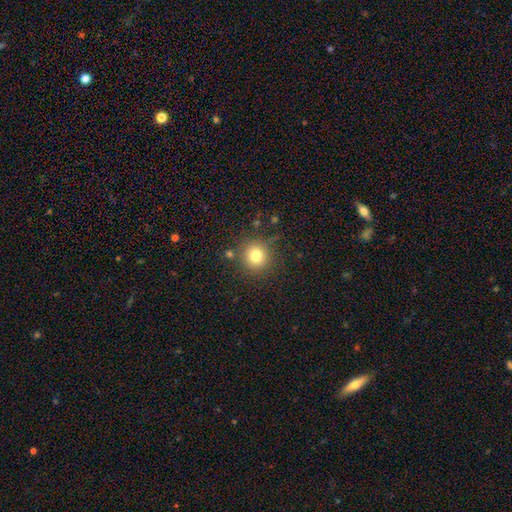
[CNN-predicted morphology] This is likely a smooth galaxy (78%). How rounded: clearly round (94%). Merging: clearly none (84%).